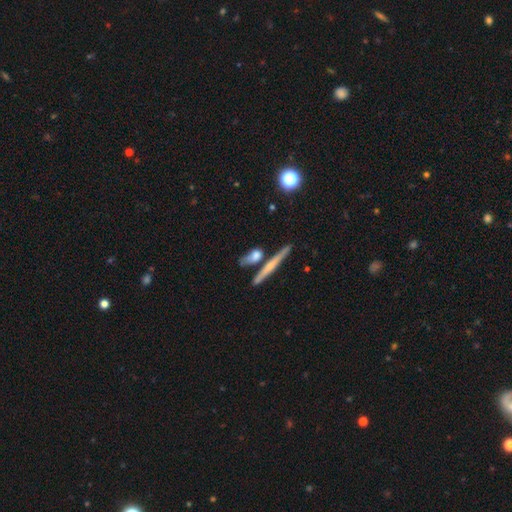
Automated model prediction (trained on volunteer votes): Morphology: type=smooth (52%); roundness=cigar-shaped (64%); merging=none (67%).